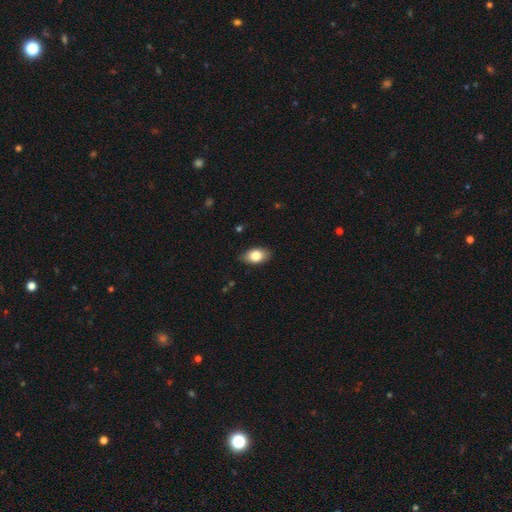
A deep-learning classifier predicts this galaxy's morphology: Smooth or featured? smooth (82%)
How rounded? in between (89%)
Merging? none (83%)